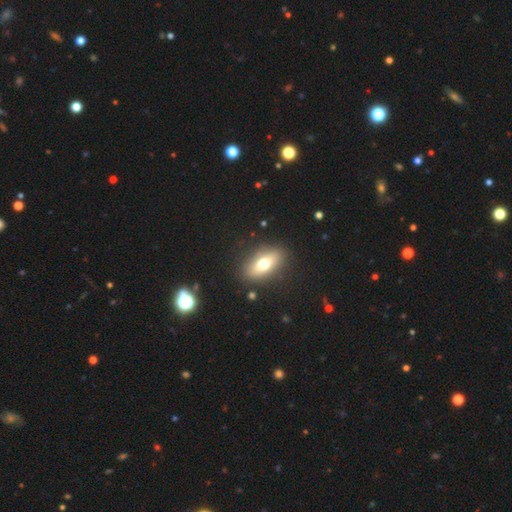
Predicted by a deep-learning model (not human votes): smooth_or_featured: smooth (p=0.54) [alt: star or artifact p=0.23]
how_rounded: in between (p=0.80) [alt: round p=0.12]
merging: none (p=0.86) [alt: minor disturbance p=0.08]